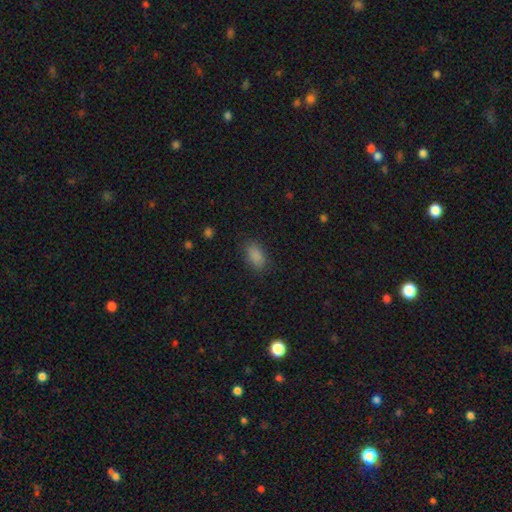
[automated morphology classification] This is clearly a smooth galaxy (86%). How rounded: clearly in between (91%). Merging: clearly none (82%).